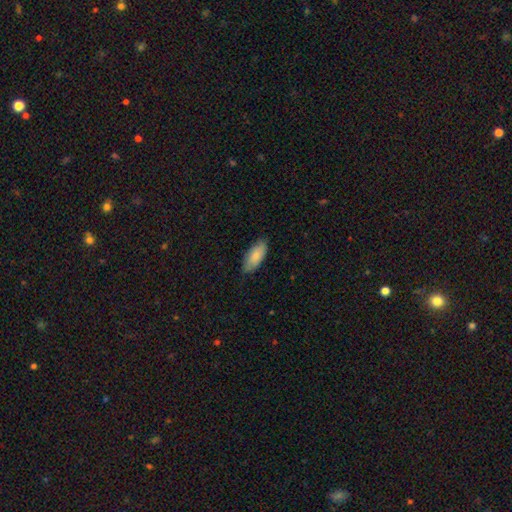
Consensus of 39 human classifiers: smooth 77%, featured or disk 13%, star or artifact 10%. Down the decision tree: how rounded — in between (90%); merging — none (77%).